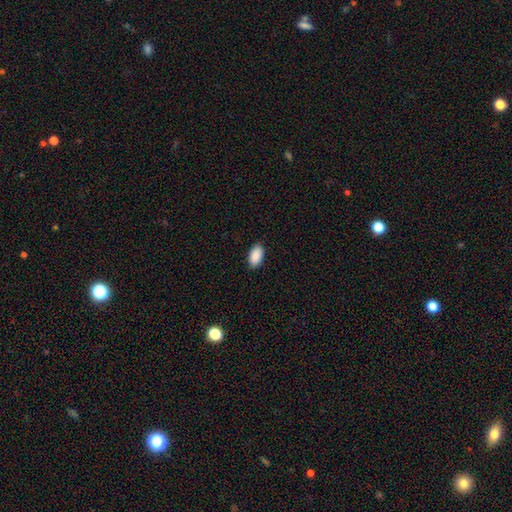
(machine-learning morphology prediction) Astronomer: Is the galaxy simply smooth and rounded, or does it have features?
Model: smooth — 91%.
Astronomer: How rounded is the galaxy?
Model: in between — 95%.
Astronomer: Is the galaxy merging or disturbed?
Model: none — 89%.